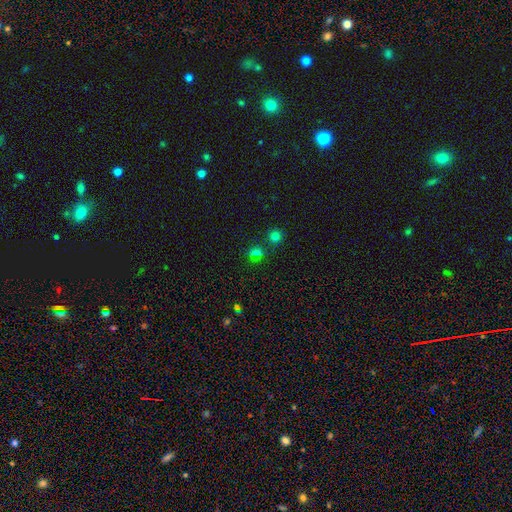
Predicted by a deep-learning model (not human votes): A smooth galaxy with no disk features (61%) that is round (77%).

Vote fractions:
- Smooth or featured? smooth: 61% / star or artifact: 32% / featured or disk: 7%
- How rounded? round: 77% / in between: 21% / cigar-shaped: 1%
- Merging? none: 74% / merger: 13% / minor disturbance: 9% / major disturbance: 4%